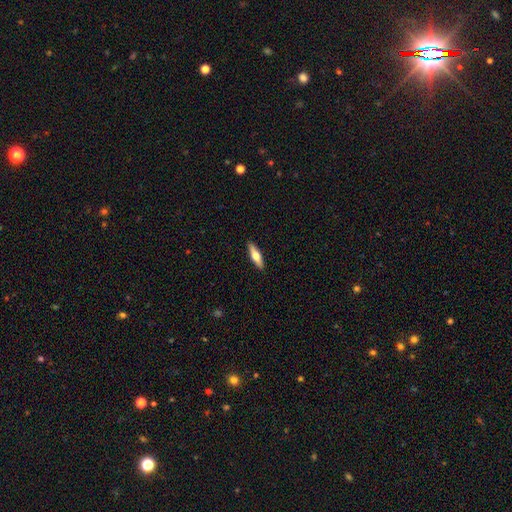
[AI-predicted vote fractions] Smooth or featured? smooth (52%)
How rounded? cigar-shaped (62%)
Merging? none (91%)